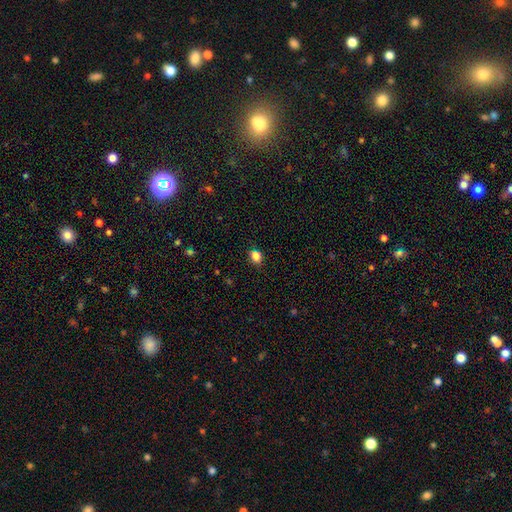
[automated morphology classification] Overall: smooth (84%). How rounded: in between (57%; round 42%). Merging: none (80%).